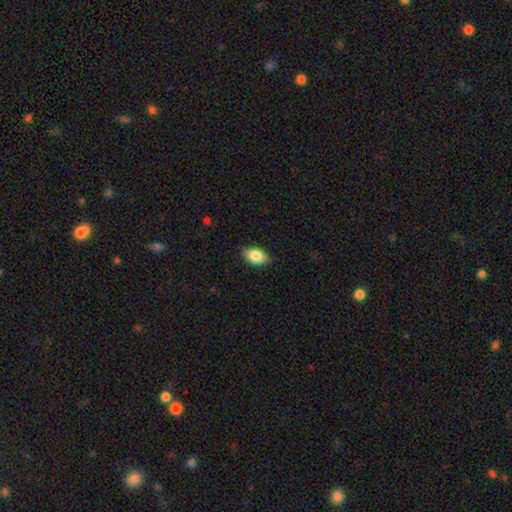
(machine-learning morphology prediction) type=smooth (85%); roundness=in between (91%); merging=none (83%).